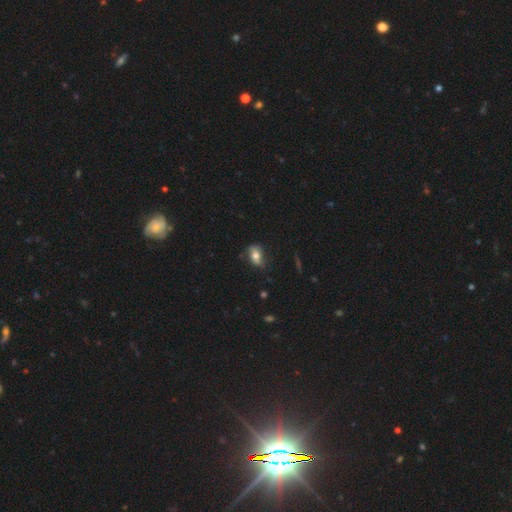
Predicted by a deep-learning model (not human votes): Q: Smooth or featured?
A: smooth (62%); runner-up: featured or disk (29%)
Q: How rounded?
A: in between (79%); runner-up: round (17%)
Q: Merging?
A: none (58%); runner-up: minor disturbance (30%)